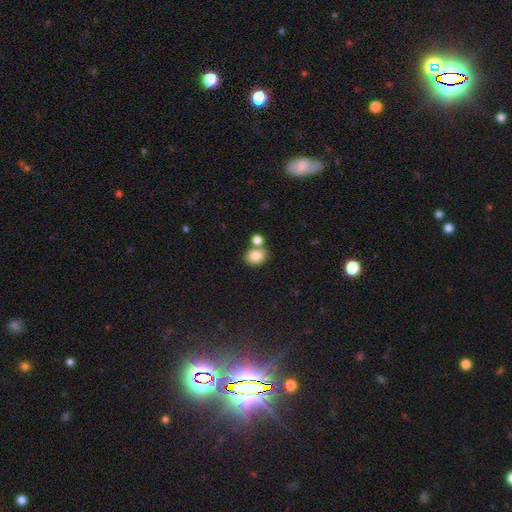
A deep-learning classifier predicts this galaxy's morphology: Smooth or featured? Predicted: smooth (p=0.83). How rounded? Predicted: in between (p=0.54). Merging? Predicted: none (p=0.58).